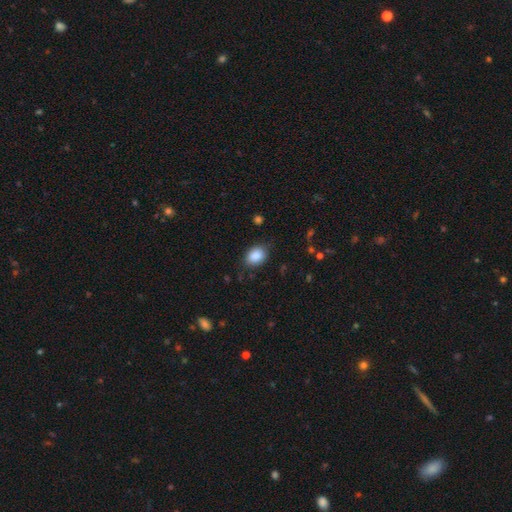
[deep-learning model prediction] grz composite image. It shows a smooth galaxy with no disk features (88%) that is in between round and cigar-shaped (73%). Merging: none (78%).